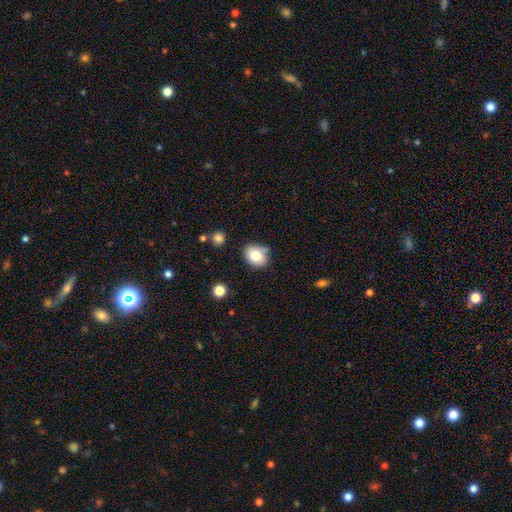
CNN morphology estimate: smooth 80%, featured or disk 11%, star or artifact 9%. Down the decision tree: how rounded — round (53%); merging — none (76%).